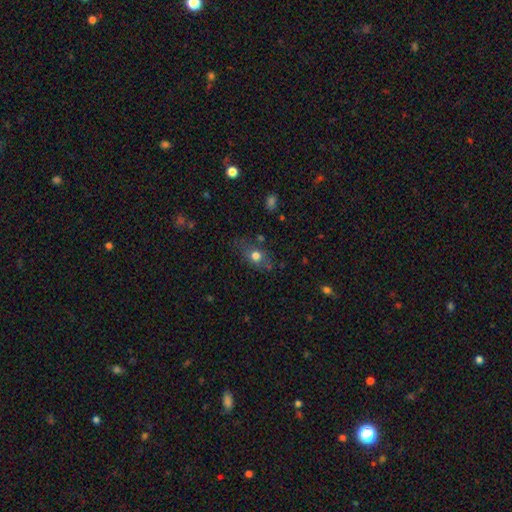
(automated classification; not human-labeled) Smooth or featured?
  - smooth: 71% *
  - featured or disk: 17%
  - star or artifact: 12%
How rounded?
  - in between: 60% *
  - round: 36%
  - cigar-shaped: 5%
Merging?
  - none: 66% *
  - minor disturbance: 22%
  - major disturbance: 8%
  - merger: 4%